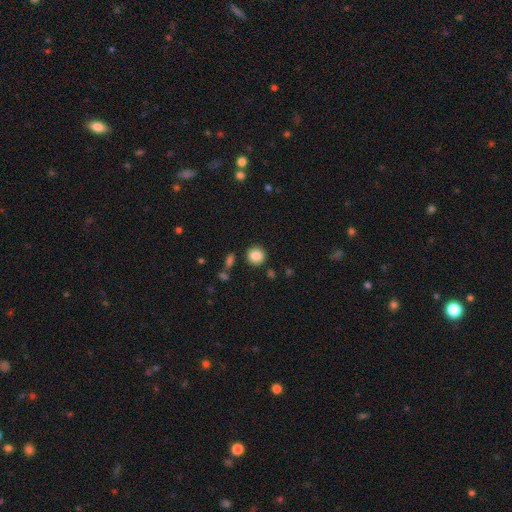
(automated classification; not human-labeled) Overall: smooth (85%). How rounded: round (89%). Merging: none (88%).